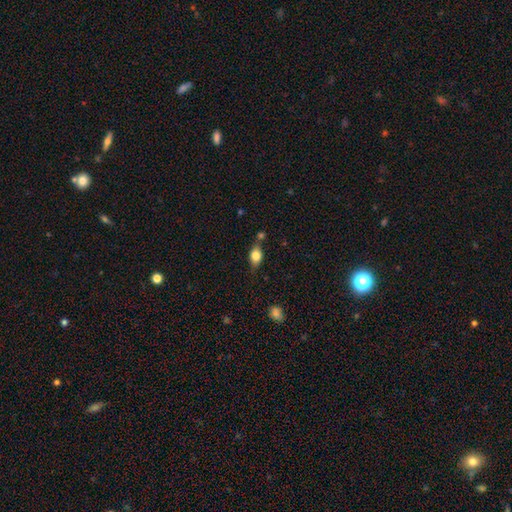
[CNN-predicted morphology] Q: Smooth or featured?
A: smooth (75%); runner-up: featured or disk (16%)
Q: How rounded?
A: in between (75%); runner-up: round (20%)
Q: Merging?
A: none (63%); runner-up: minor disturbance (21%)